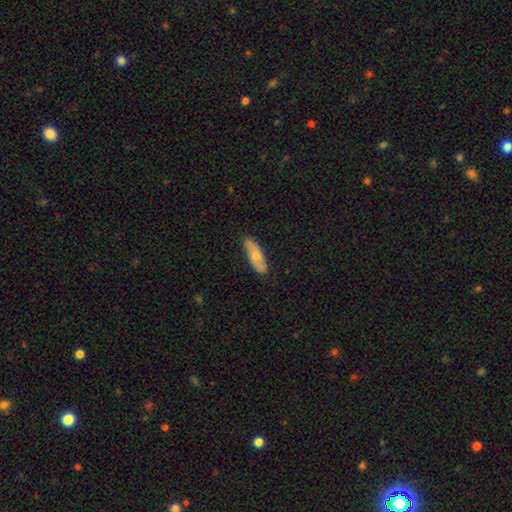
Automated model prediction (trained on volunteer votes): Overall: smooth (62%; featured or disk 32%). How rounded: in between (51%; cigar-shaped 47%). Merging: none (85%).